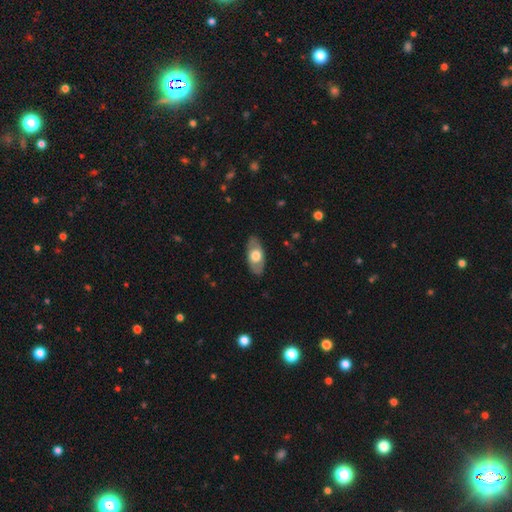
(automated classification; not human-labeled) Q: Smooth or featured?
A: smooth (54%); runner-up: featured or disk (41%)
Q: How rounded?
A: in between (90%); runner-up: cigar-shaped (5%)
Q: Merging?
A: none (84%); runner-up: minor disturbance (12%)